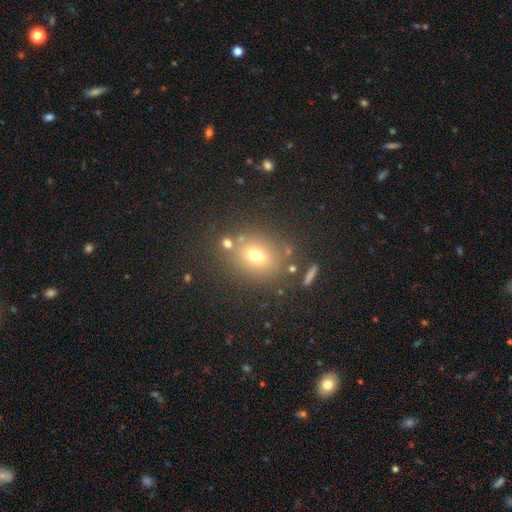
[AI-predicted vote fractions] Smooth or featured? smooth (68%)
How rounded? round (53%)
Merging? none (74%)